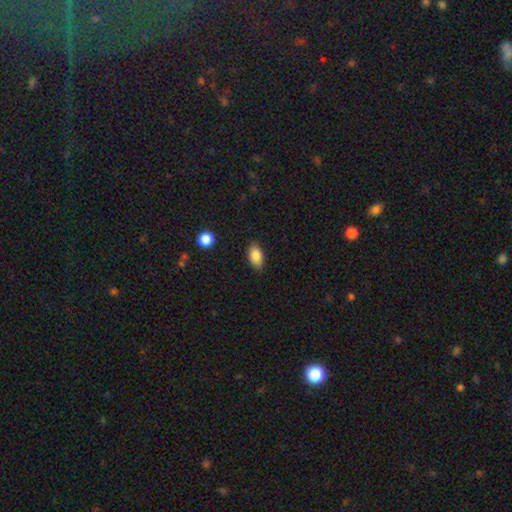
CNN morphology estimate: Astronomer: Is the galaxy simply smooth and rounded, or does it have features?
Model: smooth — 85%.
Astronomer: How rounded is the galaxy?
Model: in between — 91%.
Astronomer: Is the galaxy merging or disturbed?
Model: none — 86%.